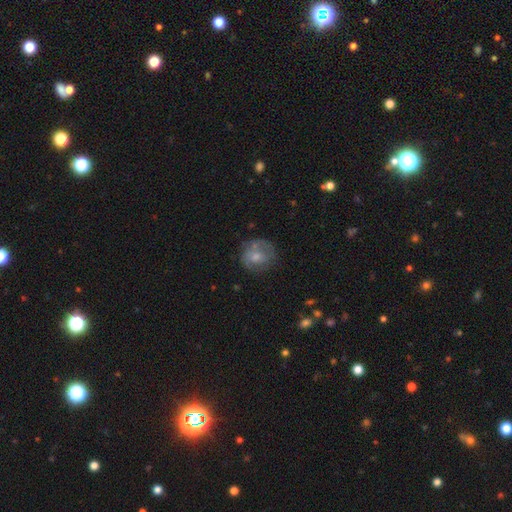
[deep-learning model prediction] Smooth or featured? Predicted: smooth (p=0.52). How rounded? Predicted: round (p=0.76). Merging? Predicted: none (p=0.60).